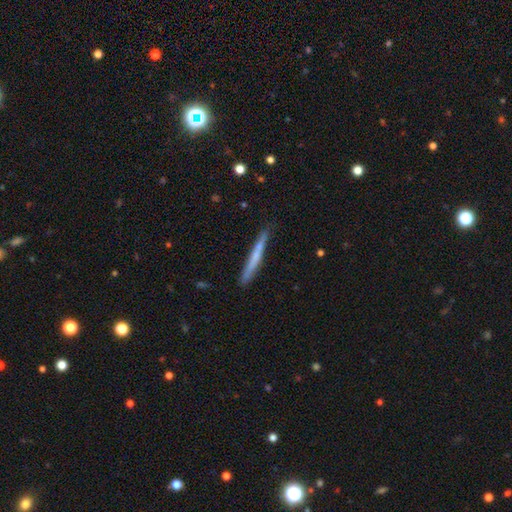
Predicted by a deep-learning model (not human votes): Q: Smooth or featured?
A: smooth (53%); runner-up: featured or disk (41%)
Q: How rounded?
A: cigar-shaped (97%); runner-up: in between (2%)
Q: Merging?
A: none (86%); runner-up: minor disturbance (11%)